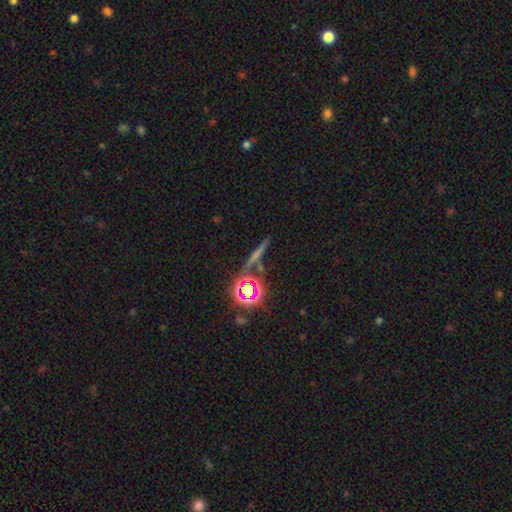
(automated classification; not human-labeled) This appears to be a star or artifact, not a galaxy (37%).